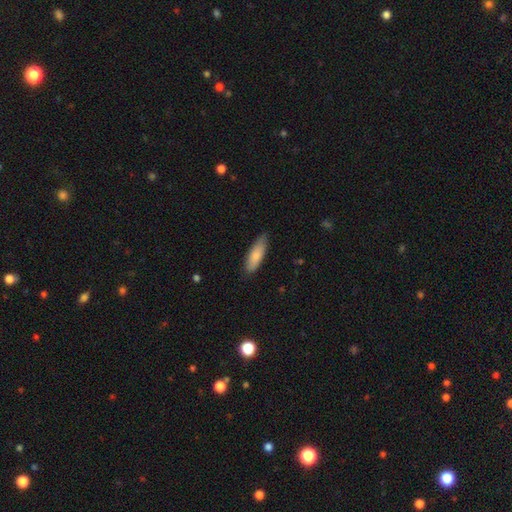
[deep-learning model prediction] This is clearly a smooth galaxy (82%). How rounded: possibly in between (55%). Merging: likely none (76%).